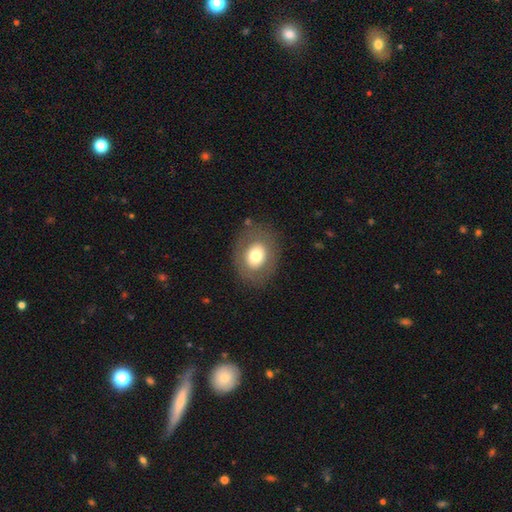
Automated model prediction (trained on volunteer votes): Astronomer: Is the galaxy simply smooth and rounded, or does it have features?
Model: smooth — 65%.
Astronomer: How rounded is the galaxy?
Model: in between — 55% (runner-up: round, 45%).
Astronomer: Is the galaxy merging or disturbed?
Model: none — 81%.